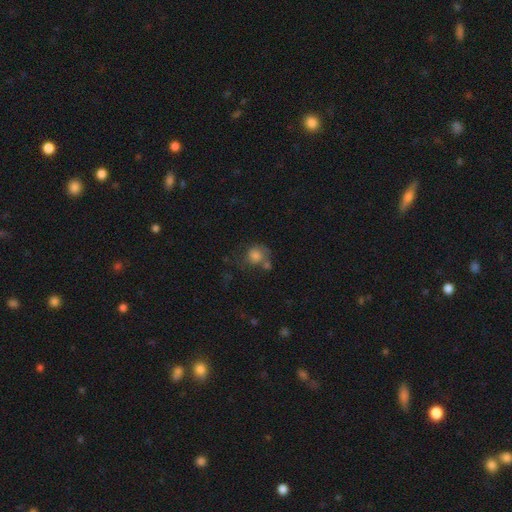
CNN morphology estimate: smooth_or_featured: smooth (p=0.72) [alt: featured or disk p=0.17]
how_rounded: round (p=0.72) [alt: in between p=0.27]
merging: none (p=0.41) [alt: merger p=0.22]